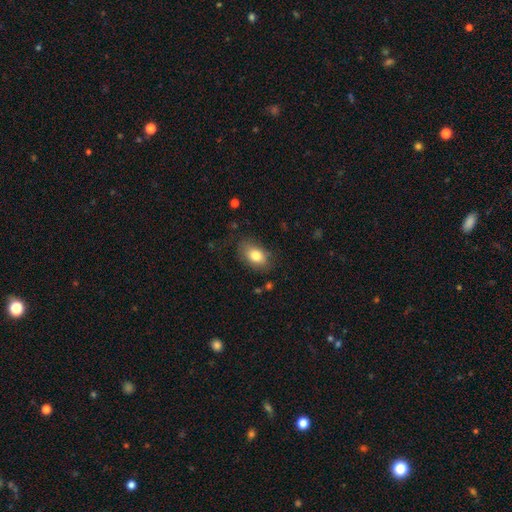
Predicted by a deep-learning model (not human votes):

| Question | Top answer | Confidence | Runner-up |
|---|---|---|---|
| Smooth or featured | smooth | 79% | featured or disk (13%) |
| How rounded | in between | 88% | round (11%) |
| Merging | none | 75% | minor disturbance (18%) |